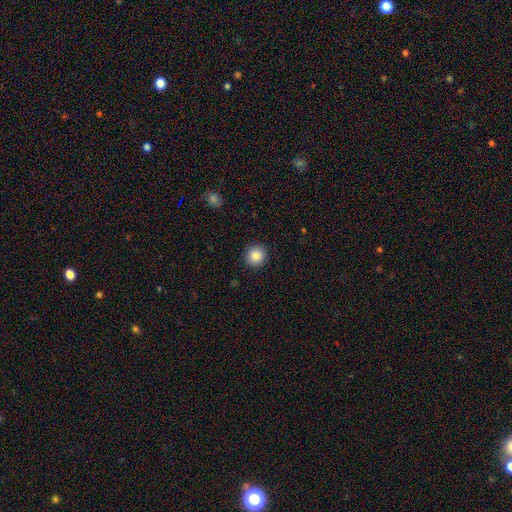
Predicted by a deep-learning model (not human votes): Smooth or featured? Predicted: smooth (p=0.85). How rounded? Predicted: round (p=0.91). Merging? Predicted: none (p=0.92).